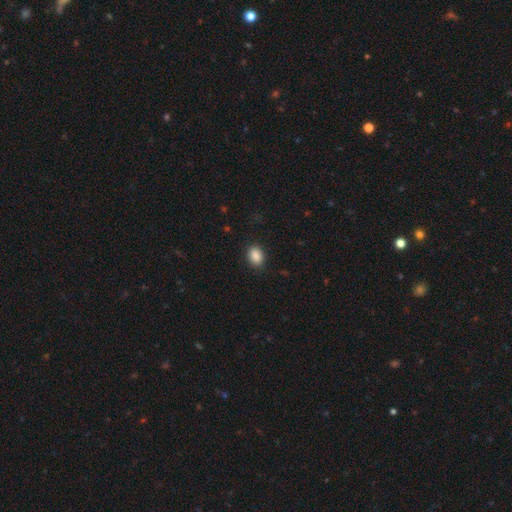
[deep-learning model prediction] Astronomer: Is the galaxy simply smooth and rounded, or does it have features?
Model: smooth — 88%.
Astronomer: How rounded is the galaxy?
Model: in between — 70%.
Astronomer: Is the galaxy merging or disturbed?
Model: none — 85%.